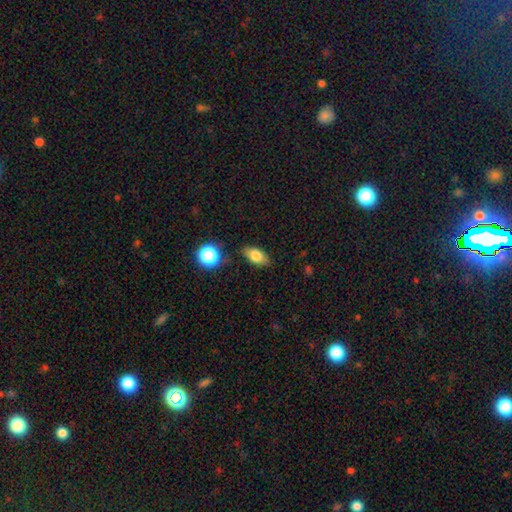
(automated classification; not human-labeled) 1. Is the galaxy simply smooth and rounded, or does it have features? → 79% smooth, 12% featured or disk, 10% star or artifact.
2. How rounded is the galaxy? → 87% in between, 8% round, 5% cigar-shaped.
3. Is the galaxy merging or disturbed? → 81% none, 13% minor disturbance, 3% merger, 3% major disturbance.